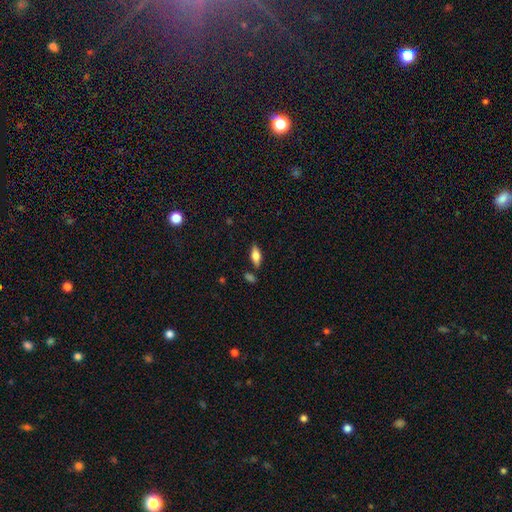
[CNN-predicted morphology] The model was most divided on "smooth or featured": smooth: 67%, featured or disk: 25%, star or artifact: 8%. More confident: how rounded — in between (80%); merging — none (79%).